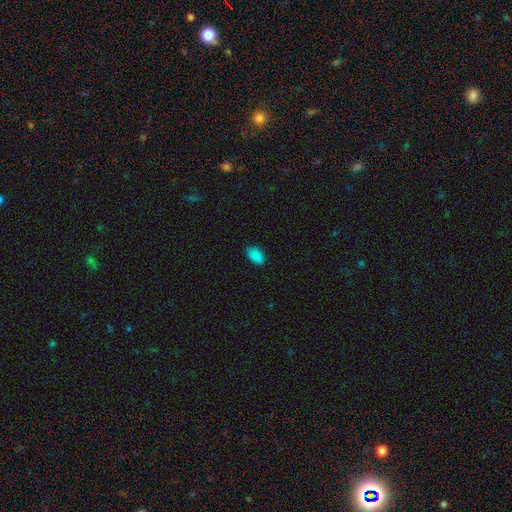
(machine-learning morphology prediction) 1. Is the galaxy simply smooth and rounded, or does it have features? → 87% smooth, 10% star or artifact, 3% featured or disk.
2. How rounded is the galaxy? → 92% in between, 7% round, 1% cigar-shaped.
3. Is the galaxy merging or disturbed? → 86% none, 11% minor disturbance, 2% major disturbance, 1% merger.